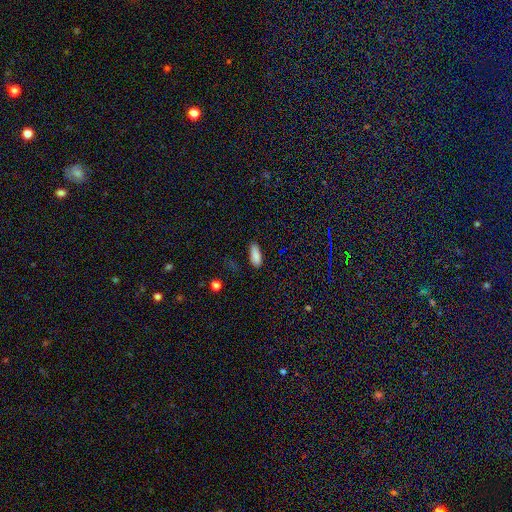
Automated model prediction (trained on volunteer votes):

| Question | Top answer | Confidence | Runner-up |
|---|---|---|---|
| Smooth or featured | smooth | 85% | star or artifact (9%) |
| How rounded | in between | 79% | cigar-shaped (19%) |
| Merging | none | 76% | minor disturbance (18%) |